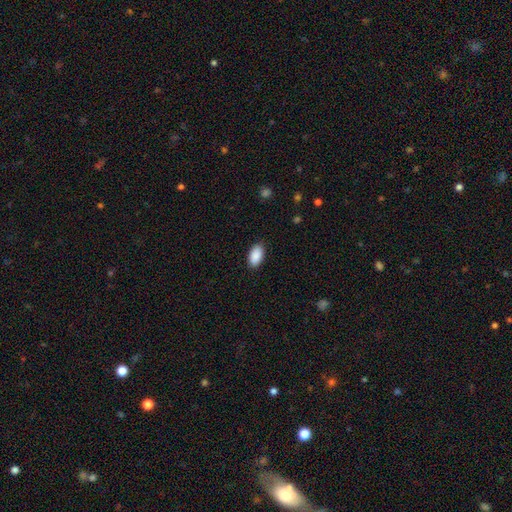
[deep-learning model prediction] smooth-or-featured: smooth: 91% | star or artifact: 6% | featured or disk: 3%
  how-rounded: in between: 95% | round: 4% | cigar-shaped: 2%
  merging: none: 87% | minor disturbance: 10% | major disturbance: 2% | merger: 1%